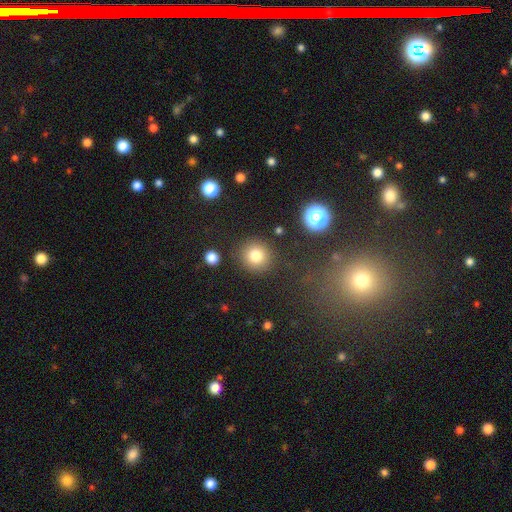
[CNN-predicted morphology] A smooth galaxy with no disk features (81%) that is round (92%). Merging: none (88%).